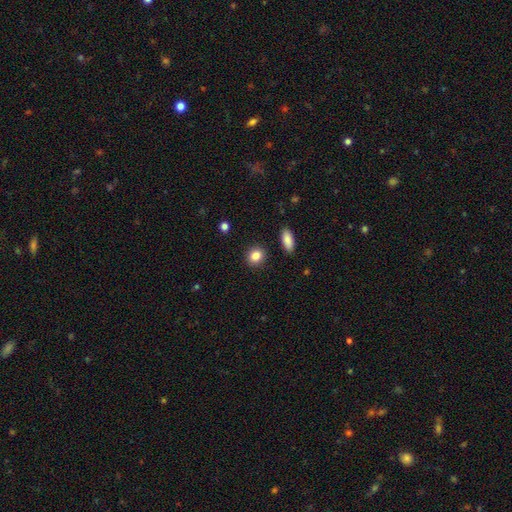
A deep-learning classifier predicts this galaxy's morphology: A smooth galaxy with no disk features (86%) that is round (70%).

Vote fractions:
- Smooth or featured? smooth: 86% / star or artifact: 9% / featured or disk: 5%
- How rounded? round: 70% / in between: 28% / cigar-shaped: 2%
- Merging? none: 90% / minor disturbance: 6% / major disturbance: 2% / merger: 2%